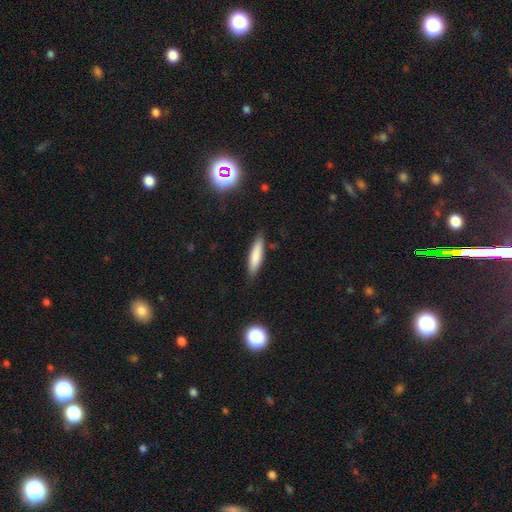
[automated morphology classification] Overall: smooth (78%). How rounded: cigar-shaped (78%). Merging: none (84%).